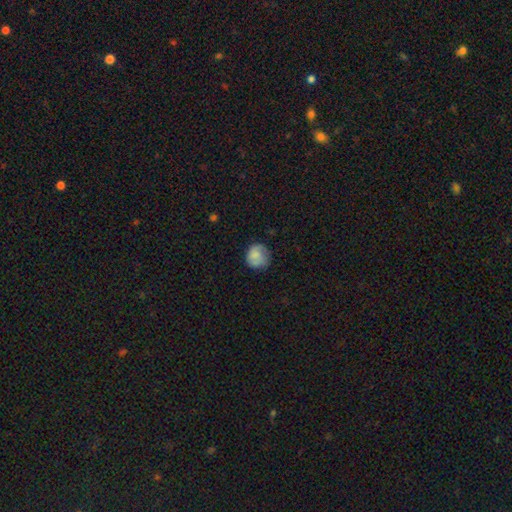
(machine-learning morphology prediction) The model was most divided on "merging": none: 65%, minor disturbance: 26%, major disturbance: 8%, merger: 1%. More confident: how rounded — round (82%); smooth or featured — smooth (73%).